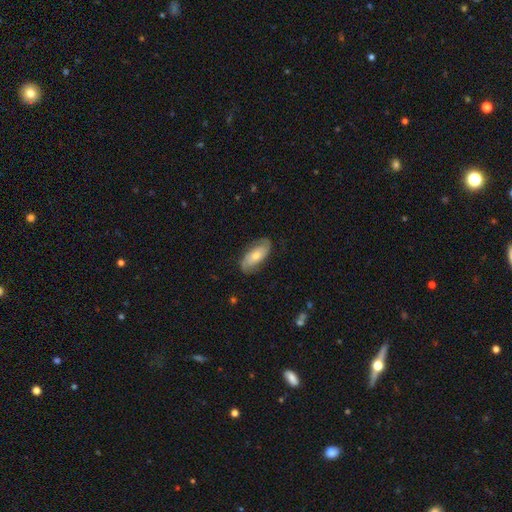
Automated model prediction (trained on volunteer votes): featured or disk 64%, smooth 30%, star or artifact 6%. Down the decision tree: edge-on disk — no (92%); bar — no (68%); spiral arms — yes (88%); spiral arm count — 2 (83%); spiral winding — tight (42%); bulge size — moderate (50%); merging — none (79%).